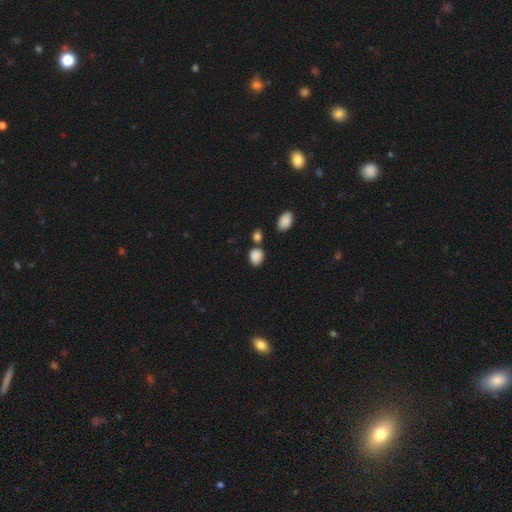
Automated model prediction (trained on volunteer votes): This appears to be a smooth galaxy with no disk features (87%) that is in between round and cigar-shaped (56%). Merging: none (67%).